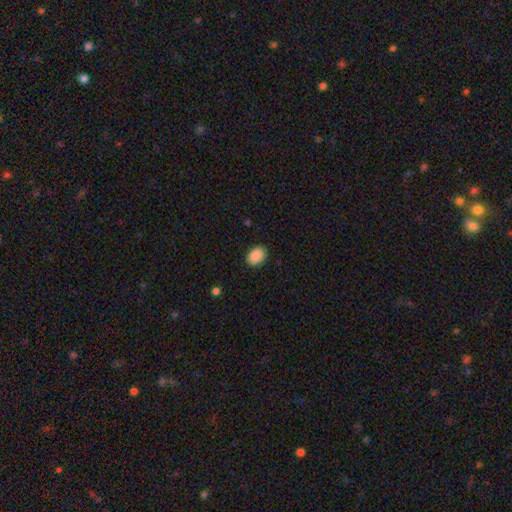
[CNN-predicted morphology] Smooth or featured? smooth (90%)
How rounded? in between (80%)
Merging? none (88%)